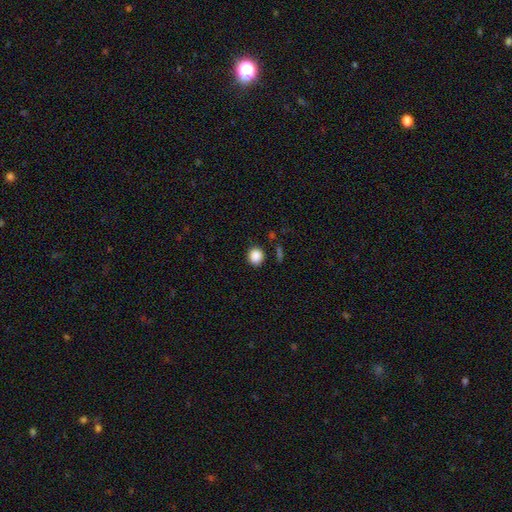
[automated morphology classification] Smooth or featured: smooth — 88% (star or artifact — 9%)
How rounded: round — 82% (in between — 16%)
Merging: none — 86% (minor disturbance — 9%)